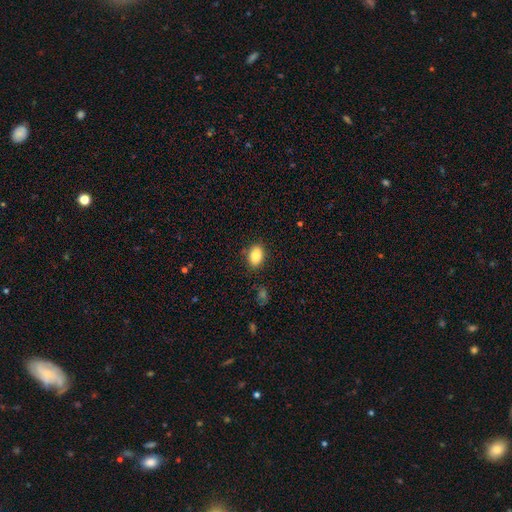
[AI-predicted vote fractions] Smooth or featured? Predicted: smooth (p=0.87). How rounded? Predicted: in between (p=0.85). Merging? Predicted: none (p=0.85).